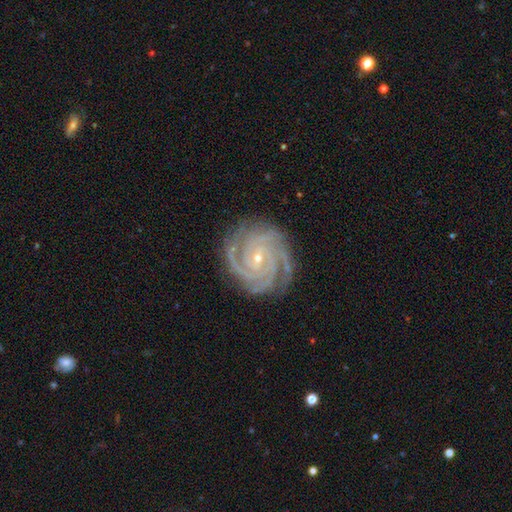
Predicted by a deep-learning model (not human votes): Morphology: type=featured or disk (89%); edge-on=no (98%); bar=no (65%); spiral arms=yes (99%); winding=tight (78%); arm count=3 (32%); bulge=small (78%); merging=none (83%).